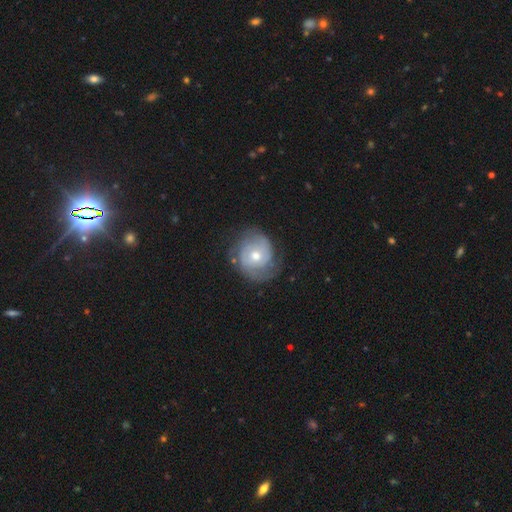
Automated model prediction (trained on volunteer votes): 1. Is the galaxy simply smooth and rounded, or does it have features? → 70% featured or disk, 23% smooth, 6% star or artifact.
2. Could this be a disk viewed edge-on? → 97% no, 3% yes.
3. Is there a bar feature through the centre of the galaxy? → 74% no, 22% weak, 4% strong.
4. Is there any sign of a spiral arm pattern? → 85% yes, 15% no.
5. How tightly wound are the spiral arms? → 57% tight, 31% medium, 12% loose.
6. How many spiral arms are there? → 42% 2, 34% can't tell, 11% 3, 7% 1, 4% 4, 3% more than 4.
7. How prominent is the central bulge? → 64% moderate, 31% small, 4% large, 1% none, 1% dominant.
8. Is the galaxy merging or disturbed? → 62% none, 23% minor disturbance, 13% major disturbance, 2% merger.